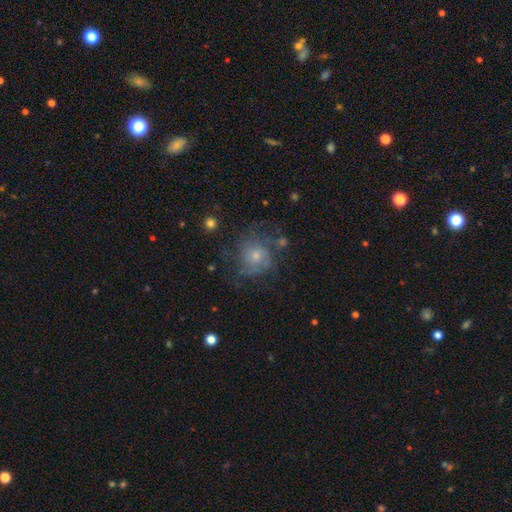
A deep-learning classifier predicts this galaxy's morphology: Smooth or featured?
  - featured or disk: 59% *
  - smooth: 26%
  - star or artifact: 15%
Edge-on disk?
  - no: 97% *
  - yes: 3%
Bar?
  - no: 79% *
  - weak: 19%
  - strong: 3%
Spiral arms?
  - yes: 84% *
  - no: 16%
Bulge size?
  - moderate: 46% *
  - small: 43%
  - large: 6%
  - none: 4%
  - dominant: 1%
Merging?
  - none: 64% *
  - minor disturbance: 19%
  - major disturbance: 14%
  - merger: 3%